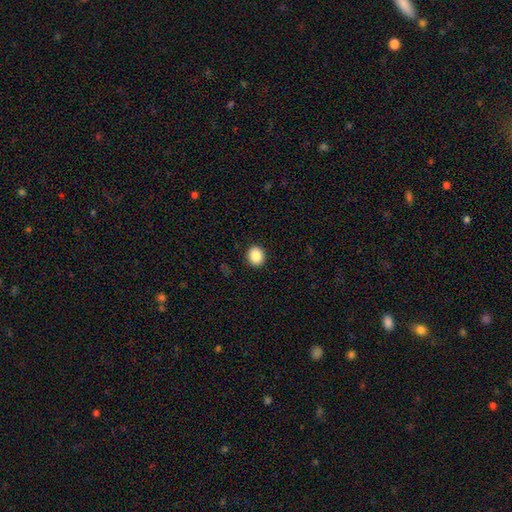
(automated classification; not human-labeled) A smooth galaxy with no disk features (88%) that is round (72%).

Vote fractions:
- Smooth or featured? smooth: 88% / star or artifact: 9% / featured or disk: 4%
- How rounded? round: 72% / in between: 27% / cigar-shaped: 1%
- Merging? none: 92% / minor disturbance: 6% / major disturbance: 2% / merger: 1%